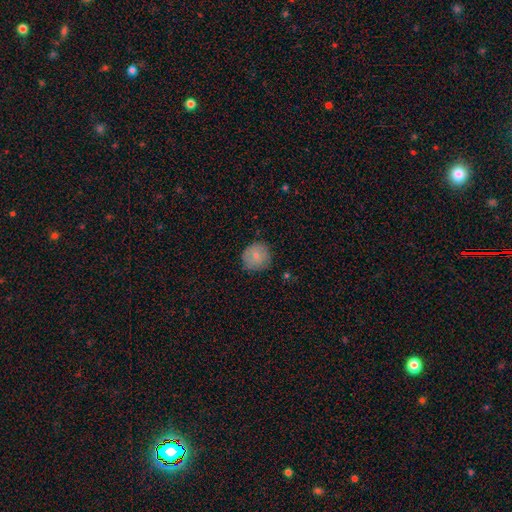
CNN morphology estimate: smooth 78%, featured or disk 14%, star or artifact 8%. Down the decision tree: how rounded — round (92%); merging — none (81%).